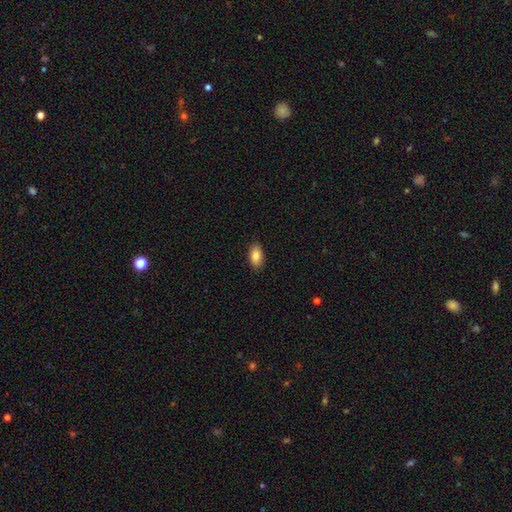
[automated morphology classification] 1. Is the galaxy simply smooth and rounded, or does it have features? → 85% smooth, 8% featured or disk, 7% star or artifact.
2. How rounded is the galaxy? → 92% in between, 4% round, 4% cigar-shaped.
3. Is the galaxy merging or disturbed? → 89% none, 9% minor disturbance, 2% major disturbance, 1% merger.